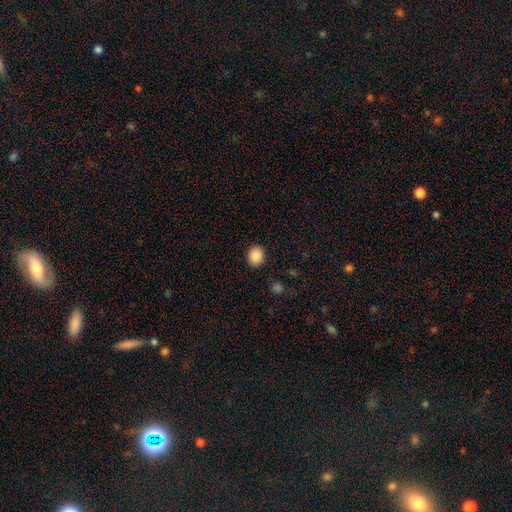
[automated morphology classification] Overall: smooth (88%). How rounded: round (55%; in between 44%). Merging: none (89%).